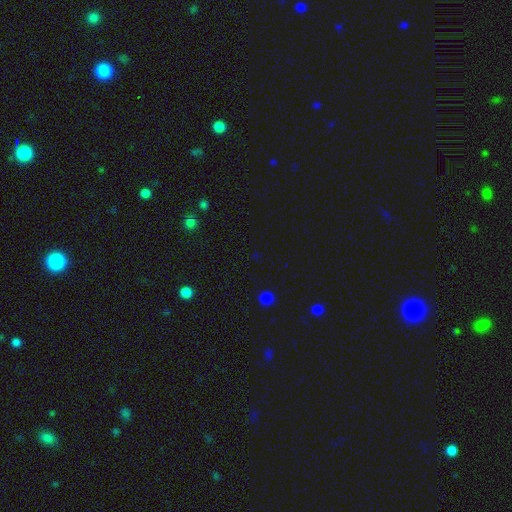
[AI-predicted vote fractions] Smooth or featured?
  - star or artifact: 59% *
  - smooth: 34%
  - featured or disk: 6%